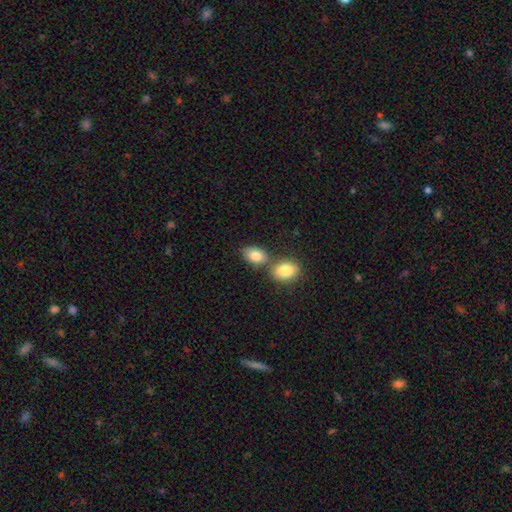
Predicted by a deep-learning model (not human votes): This appears to be a smooth galaxy with no disk features (84%) that is in between round and cigar-shaped (83%). Merging: none (51%).